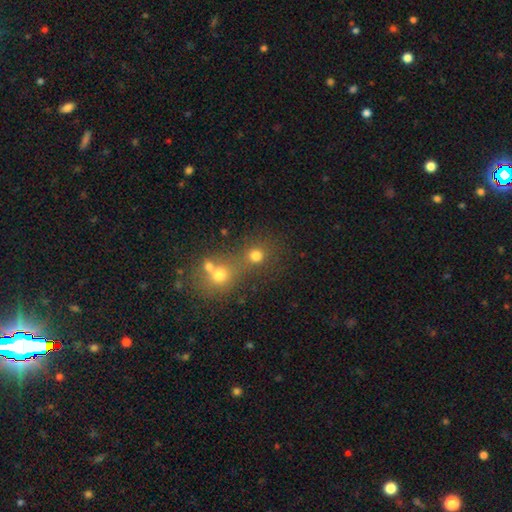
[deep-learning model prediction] Smooth or featured?
  - smooth: 73% *
  - star or artifact: 17%
  - featured or disk: 9%
How rounded?
  - round: 87% *
  - in between: 12%
  - cigar-shaped: 1%
Merging?
  - none: 49% *
  - merger: 39%
  - minor disturbance: 7%
  - major disturbance: 5%